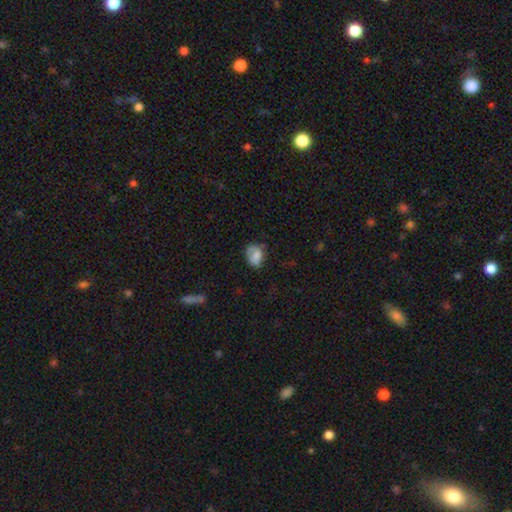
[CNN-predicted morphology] Smooth or featured?
  - smooth: 73% *
  - featured or disk: 17%
  - star or artifact: 10%
How rounded?
  - in between: 66% *
  - round: 32%
  - cigar-shaped: 1%
Merging?
  - none: 48% *
  - minor disturbance: 33%
  - major disturbance: 16%
  - merger: 3%